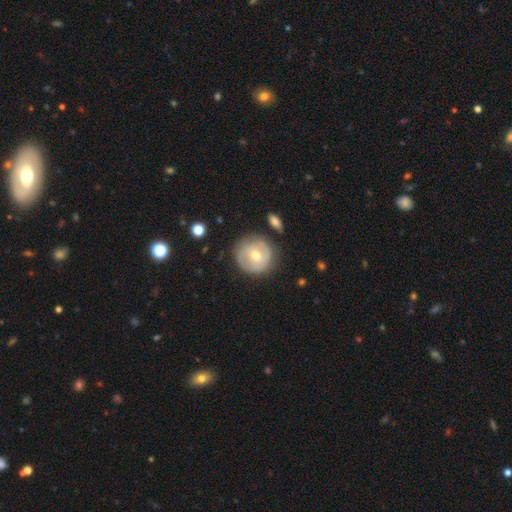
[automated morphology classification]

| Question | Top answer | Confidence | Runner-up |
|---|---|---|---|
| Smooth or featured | featured or disk | 56% | smooth (38%) |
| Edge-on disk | no | 96% | yes (4%) |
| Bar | no | 61% | weak (30%) |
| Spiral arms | yes | 55% | no (45%) |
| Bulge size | moderate | 59% | small (37%) |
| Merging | none | 77% | minor disturbance (16%) |